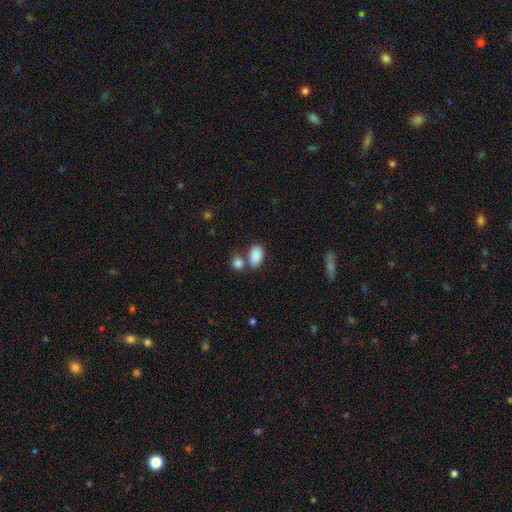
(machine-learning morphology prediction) A smooth galaxy with no disk features (87%) that is in between round and cigar-shaped (88%). Merging: none (51%).